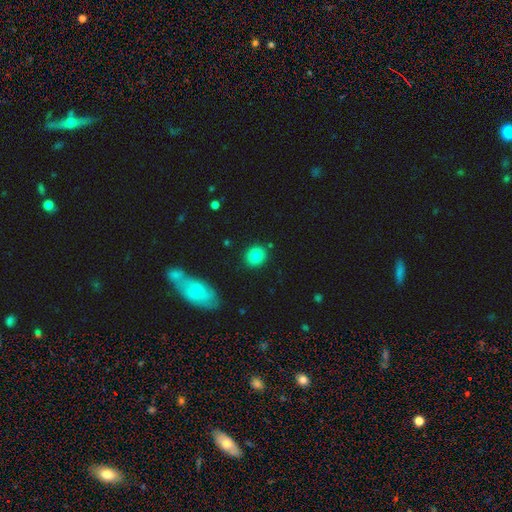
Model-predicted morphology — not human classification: Smooth or featured? smooth (82%)
How rounded? round (80%)
Merging? none (87%)